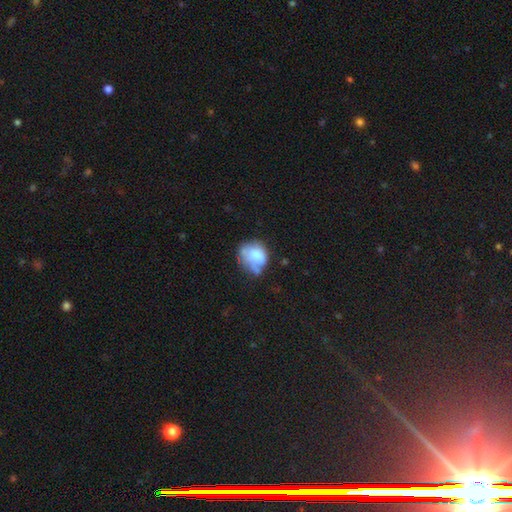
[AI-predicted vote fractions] The model was most divided on "merging": none: 36%, minor disturbance: 31%, major disturbance: 21%, merger: 12%. More confident: smooth or featured — smooth (59%); how rounded — round (59%).